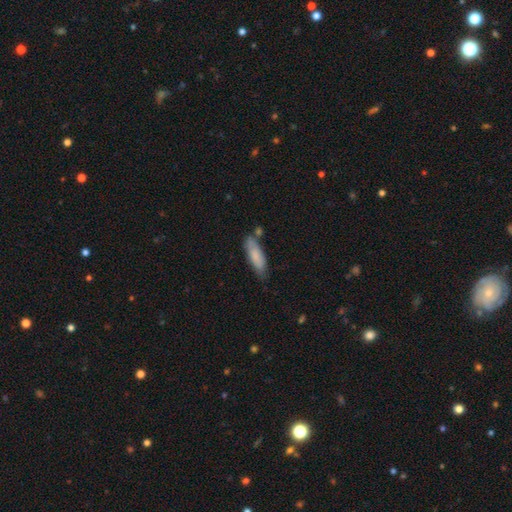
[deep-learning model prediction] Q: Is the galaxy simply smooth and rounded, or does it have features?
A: smooth — 78%.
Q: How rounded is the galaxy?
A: cigar-shaped — 50%.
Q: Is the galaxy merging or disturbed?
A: none — 60%.